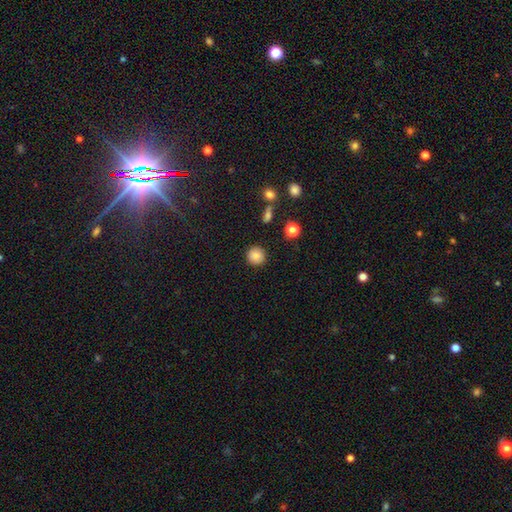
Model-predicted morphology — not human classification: Q: Smooth or featured?
A: smooth (85%); runner-up: star or artifact (9%)
Q: How rounded?
A: round (94%); runner-up: in between (5%)
Q: Merging?
A: none (91%); runner-up: minor disturbance (6%)